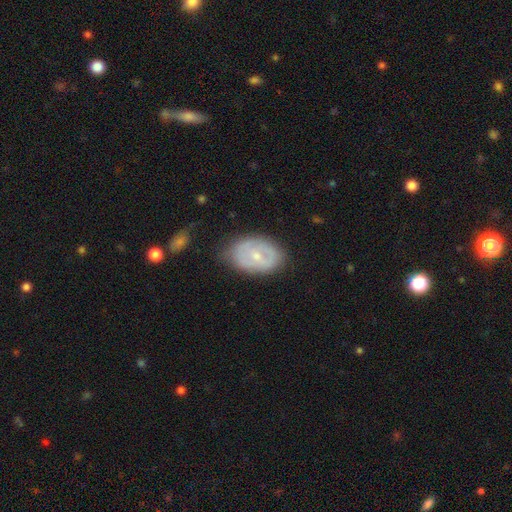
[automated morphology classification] A featured or disk galaxy (57%) with no bar (50%), no spiral arms (63%) and a small central bulge (59%).

Vote fractions:
- Smooth or featured? featured or disk: 57% / smooth: 37% / star or artifact: 6%
- Edge-on disk? no: 94% / yes: 6%
- Bar? no: 50% / weak: 37% / strong: 13%
- Spiral arms? no: 63% / yes: 37%
- Bulge size? small: 59% / moderate: 37% / none: 2% / large: 1% / dominant: 1%
- Merging? none: 69% / minor disturbance: 22% / major disturbance: 7% / merger: 2%